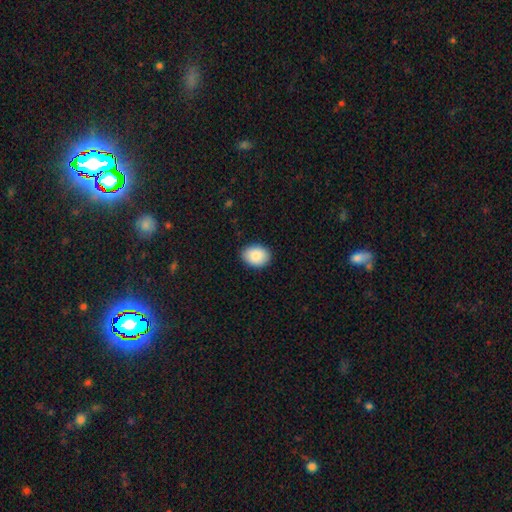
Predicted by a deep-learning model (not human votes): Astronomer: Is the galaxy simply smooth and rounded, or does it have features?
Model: smooth — 88%.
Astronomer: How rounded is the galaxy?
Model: in between — 69%.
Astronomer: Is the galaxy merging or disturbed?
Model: none — 88%.